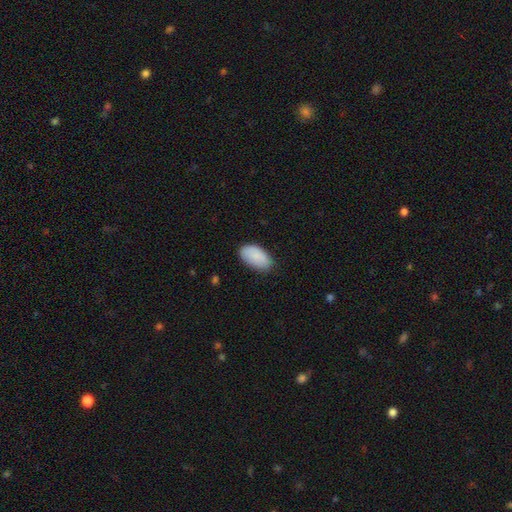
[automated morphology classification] A smooth galaxy with no disk features (88%) that is in between round and cigar-shaped (95%). Merging: none (78%).